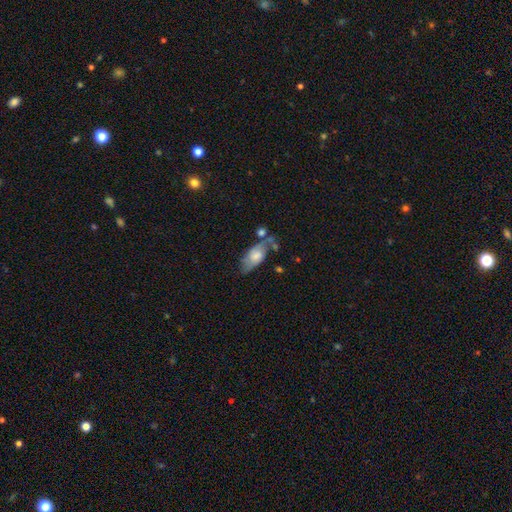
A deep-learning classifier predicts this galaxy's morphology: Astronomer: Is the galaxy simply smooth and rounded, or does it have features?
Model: smooth — 47% (runner-up: featured or disk, 45%).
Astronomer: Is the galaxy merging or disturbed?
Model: none — 46% (runner-up: minor disturbance, 25%).